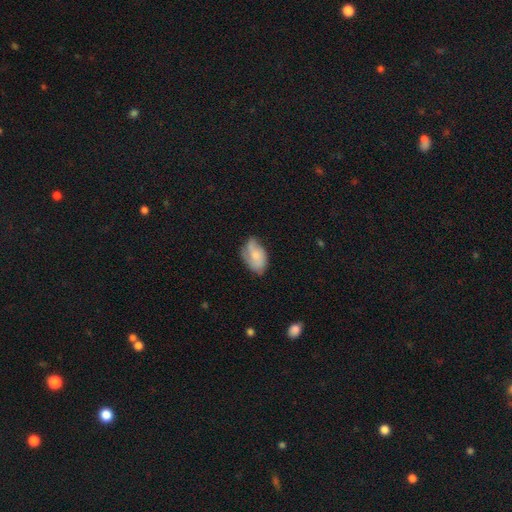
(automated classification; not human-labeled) A smooth galaxy with no disk features (62%) that is in between round and cigar-shaped (92%).

Vote fractions:
- Smooth or featured? smooth: 62% / featured or disk: 31% / star or artifact: 7%
- How rounded? in between: 92% / round: 6% / cigar-shaped: 2%
- Merging? none: 48% / minor disturbance: 37% / major disturbance: 12% / merger: 2%